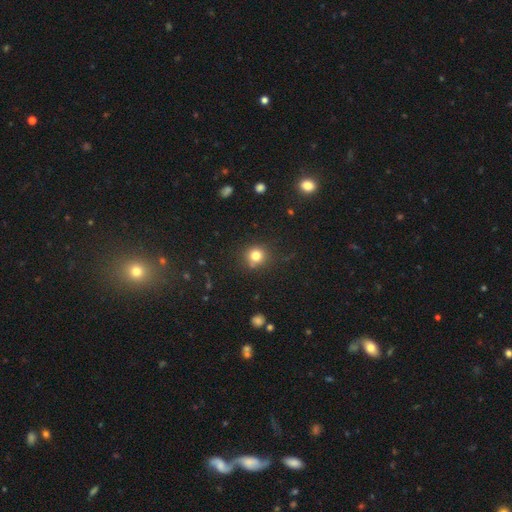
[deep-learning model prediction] smooth-or-featured: smooth: 80% | star or artifact: 14% | featured or disk: 7%
  how-rounded: round: 90% | in between: 9% | cigar-shaped: 1%
  merging: none: 80% | minor disturbance: 11% | merger: 5% | major disturbance: 4%